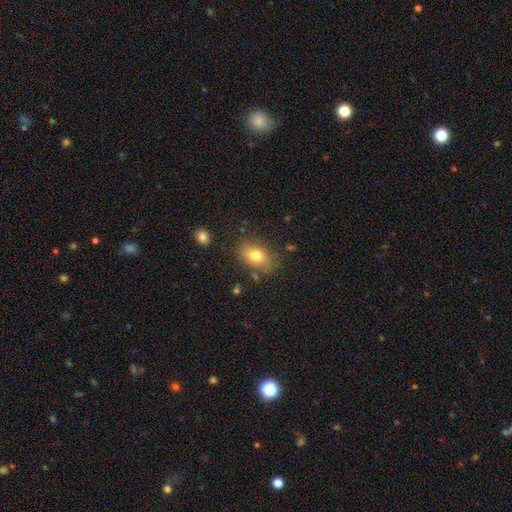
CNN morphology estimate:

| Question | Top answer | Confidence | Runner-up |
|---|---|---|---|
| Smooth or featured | smooth | 77% | featured or disk (14%) |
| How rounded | in between | 83% | round (15%) |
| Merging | none | 76% | minor disturbance (16%) |